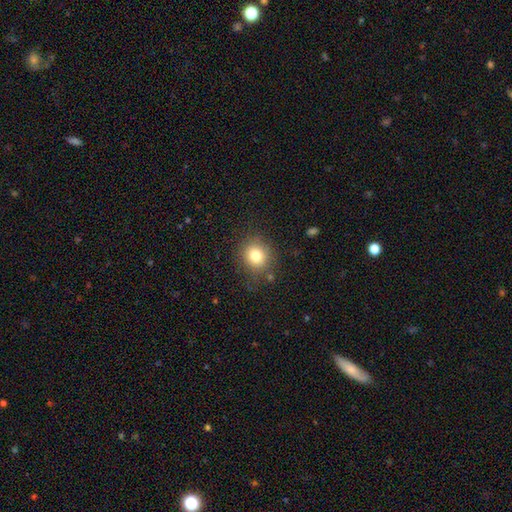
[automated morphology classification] smooth_or_featured: smooth (p=0.79) [alt: star or artifact p=0.12]
how_rounded: round (p=0.82) [alt: in between p=0.17]
merging: none (p=0.83) [alt: minor disturbance p=0.11]